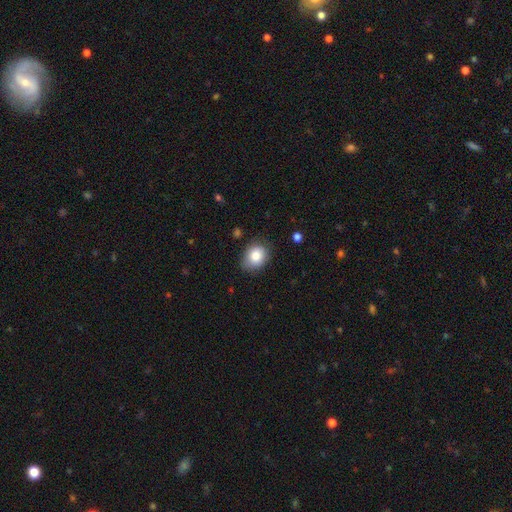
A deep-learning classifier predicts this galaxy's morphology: This is clearly a smooth galaxy (82%). How rounded: possibly in between (55%). Merging: likely none (75%).